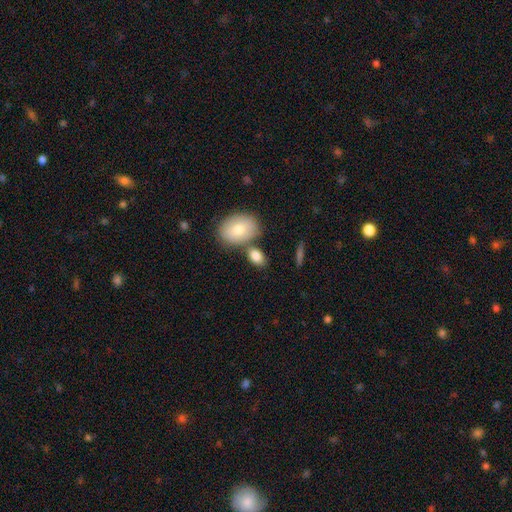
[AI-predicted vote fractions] Smooth or featured? Predicted: smooth (p=0.81). How rounded? Predicted: in between (p=0.85). Merging? Predicted: none (p=0.61).